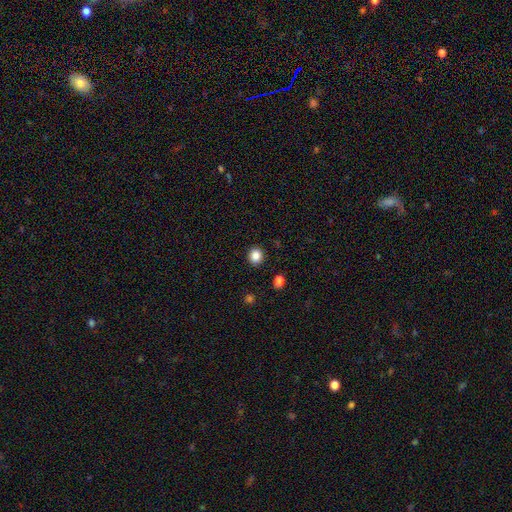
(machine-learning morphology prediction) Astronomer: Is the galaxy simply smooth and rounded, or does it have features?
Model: smooth — 86%.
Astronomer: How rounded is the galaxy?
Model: round — 79%.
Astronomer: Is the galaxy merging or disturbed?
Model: none — 91%.